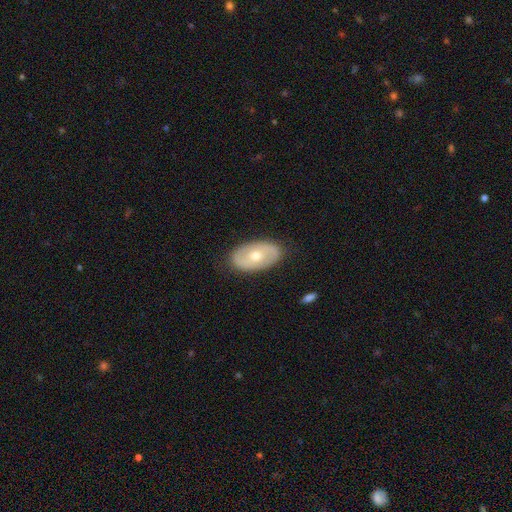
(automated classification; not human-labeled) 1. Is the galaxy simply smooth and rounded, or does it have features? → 55% featured or disk, 39% smooth, 6% star or artifact.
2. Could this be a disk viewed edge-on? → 91% no, 9% yes.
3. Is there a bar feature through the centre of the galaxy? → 76% no, 18% weak, 6% strong.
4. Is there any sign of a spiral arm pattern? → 61% no, 39% yes.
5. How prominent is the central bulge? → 65% moderate, 31% small, 3% large, 1% none, 1% dominant.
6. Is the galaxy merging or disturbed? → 85% none, 11% minor disturbance, 3% major disturbance, 1% merger.